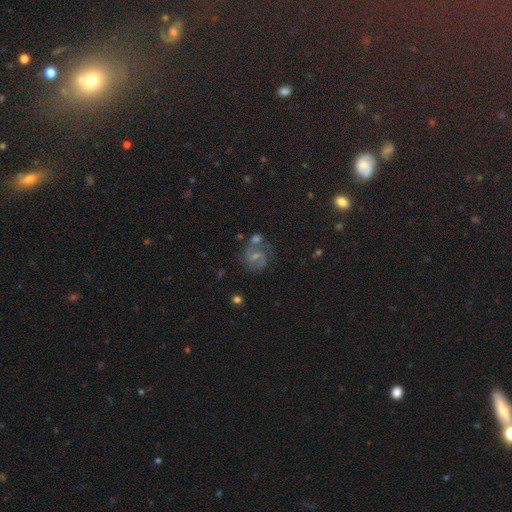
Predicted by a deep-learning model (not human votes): Q: Smooth or featured?
A: featured or disk (65%); runner-up: smooth (22%)
Q: Edge-on disk?
A: no (98%); runner-up: yes (2%)
Q: Bar?
A: weak (52%); runner-up: no (32%)
Q: Spiral arms?
A: yes (88%); runner-up: no (12%)
Q: Spiral winding?
A: medium (52%); runner-up: tight (26%)
Q: Spiral arm count?
A: 2 (79%); runner-up: can't tell (10%)
Q: Bulge size?
A: small (55%); runner-up: moderate (32%)
Q: Merging?
A: none (51%); runner-up: merger (18%)